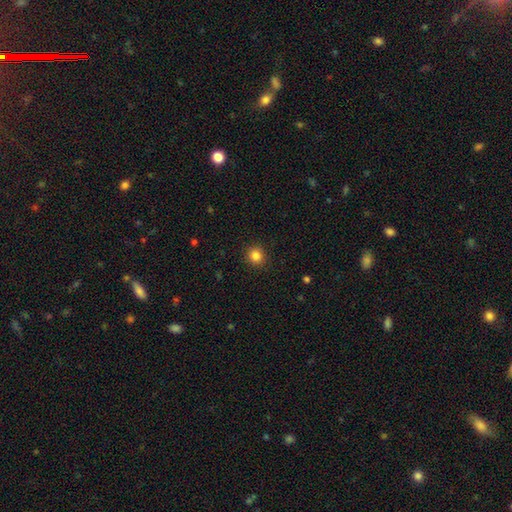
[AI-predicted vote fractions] The model was most divided on "smooth or featured": smooth: 84%, star or artifact: 11%, featured or disk: 4%. More confident: how rounded — round (91%); merging — none (91%).